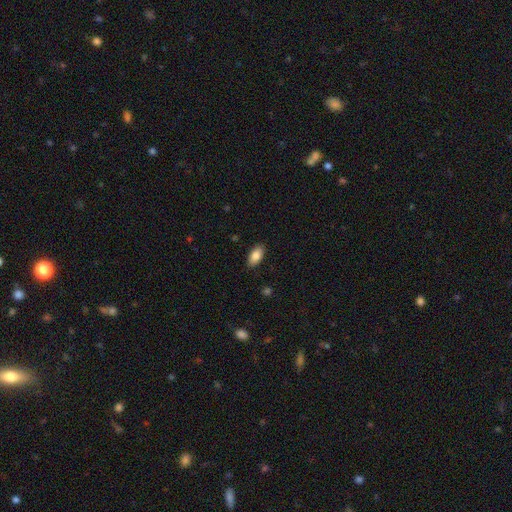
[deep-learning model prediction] Smooth or featured? Predicted: smooth (p=0.85). How rounded? Predicted: in between (p=0.92). Merging? Predicted: none (p=0.88).